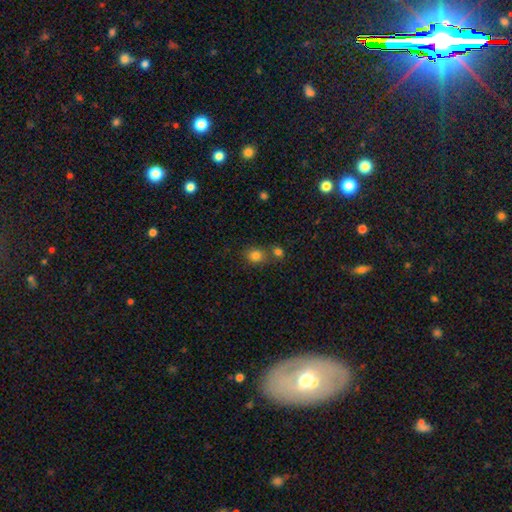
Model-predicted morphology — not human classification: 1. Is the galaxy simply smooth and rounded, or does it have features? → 81% smooth, 13% star or artifact, 7% featured or disk.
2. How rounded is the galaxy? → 70% round, 29% in between, 1% cigar-shaped.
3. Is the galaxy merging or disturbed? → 61% none, 25% merger, 10% minor disturbance, 3% major disturbance.